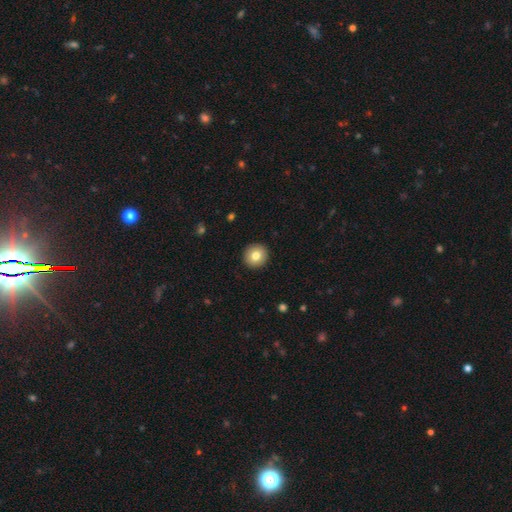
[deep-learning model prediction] This is likely a smooth galaxy (79%). How rounded: clearly round (94%). Merging: clearly none (93%).